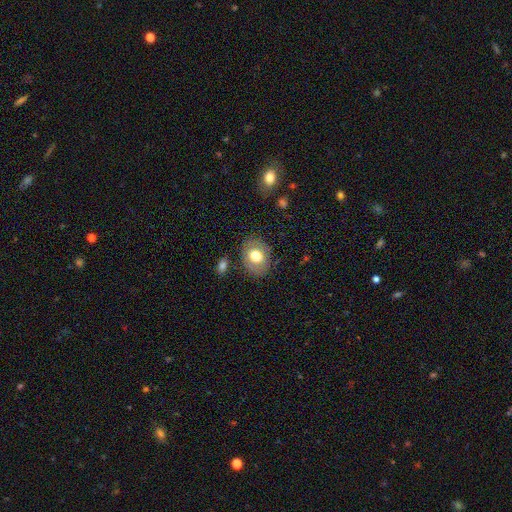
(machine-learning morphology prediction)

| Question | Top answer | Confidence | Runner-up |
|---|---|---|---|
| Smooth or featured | smooth | 69% | featured or disk (23%) |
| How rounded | in between | 60% | round (39%) |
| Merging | none | 80% | minor disturbance (13%) |